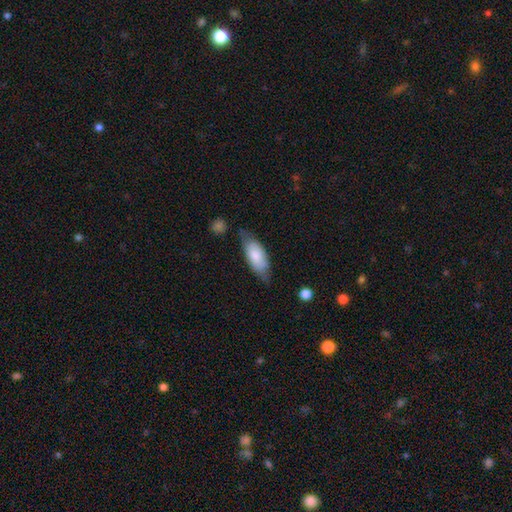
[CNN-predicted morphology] Overall: smooth (73%). How rounded: in between (79%). Merging: none (56%; minor disturbance 30%).